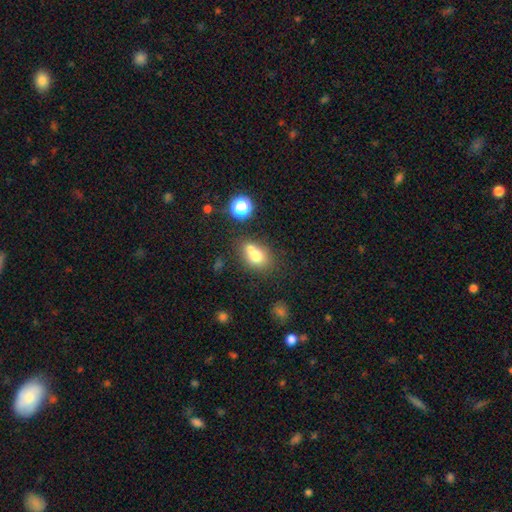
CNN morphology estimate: A smooth galaxy with no disk features (71%) that is round (55%).

Vote fractions:
- Smooth or featured? smooth: 71% / featured or disk: 17% / star or artifact: 12%
- How rounded? round: 55% / in between: 44% / cigar-shaped: 1%
- Merging? merger: 47% / none: 38% / minor disturbance: 10% / major disturbance: 5%